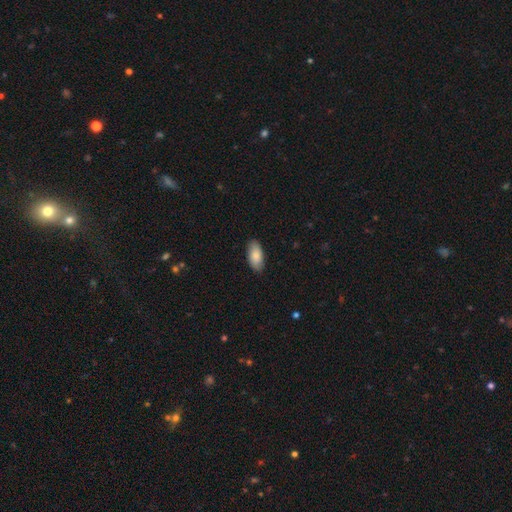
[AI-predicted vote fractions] This appears to be a smooth galaxy with no disk features (85%) that is in between round and cigar-shaped (92%). Merging: none (87%).